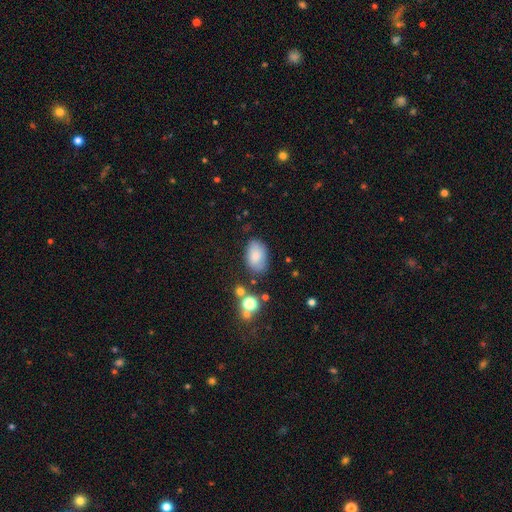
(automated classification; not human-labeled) A smooth galaxy with no disk features (81%) that is in between round and cigar-shaped (92%).

Vote fractions:
- Smooth or featured? smooth: 81% / featured or disk: 11% / star or artifact: 8%
- How rounded? in between: 92% / round: 7% / cigar-shaped: 1%
- Merging? none: 73% / minor disturbance: 18% / major disturbance: 5% / merger: 4%